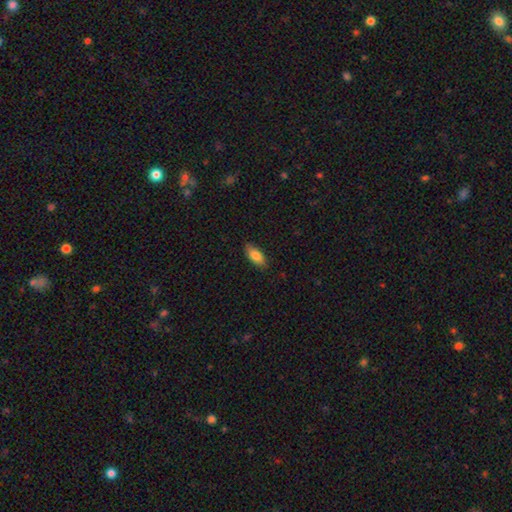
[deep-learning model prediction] Smooth or featured? smooth (81%)
How rounded? in between (84%)
Merging? none (84%)